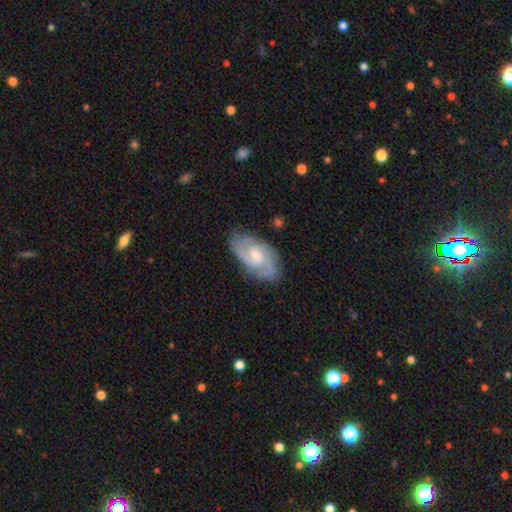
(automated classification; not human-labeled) smooth-or-featured: featured or disk: 81% | smooth: 14% | star or artifact: 5%
  disk-edge-on: no: 96% | yes: 4%
    bar: no: 48% | weak: 46% | strong: 7%
    has-spiral-arms: yes: 95% | no: 5%
      spiral-winding: tight: 45% | medium: 44% | loose: 11%
      spiral-arm-count: 2: 60% | 3: 17% | can't tell: 15% | 4: 3% | 1: 3% | more than 4: 2%
    bulge-size: moderate: 57% | small: 34% | large: 4% | none: 4% | dominant: 1%
  merging: none: 78% | minor disturbance: 17% | major disturbance: 4% | merger: 1%